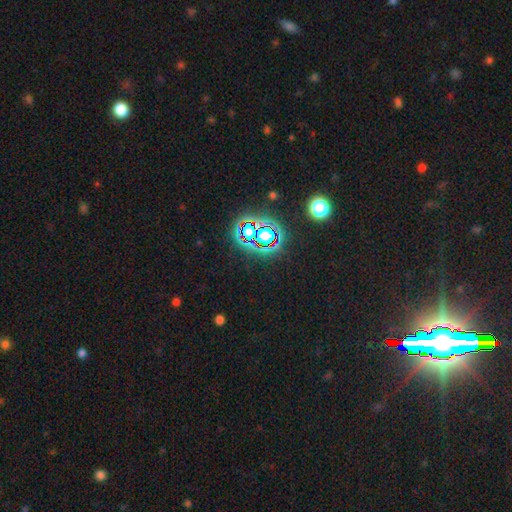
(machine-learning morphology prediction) A star or artifact, not a galaxy (80%).

Vote fractions:
- Smooth or featured? star or artifact: 80% / smooth: 11% / featured or disk: 9%